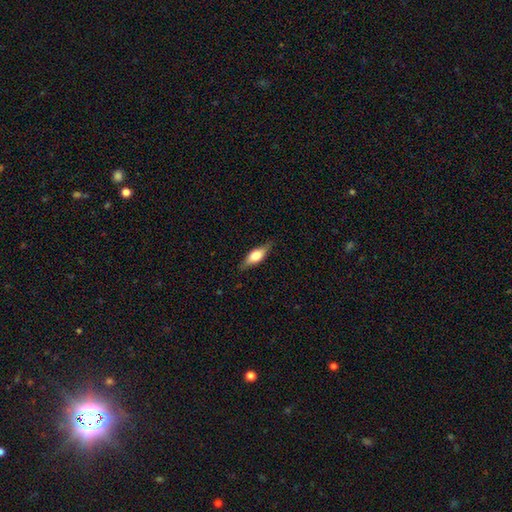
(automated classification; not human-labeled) The model was most divided on "smooth or featured" (2-way tie): featured or disk: 47%, smooth: 47%, star or artifact: 6%. More confident: merging — none (82%).